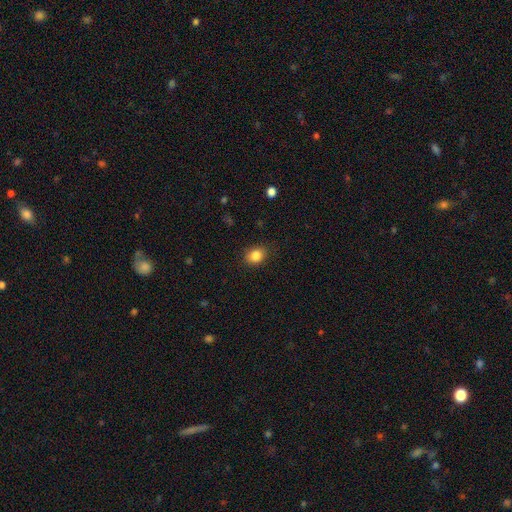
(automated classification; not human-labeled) This appears to be a smooth galaxy with no disk features (85%) that is round (52%). Merging: none (86%).